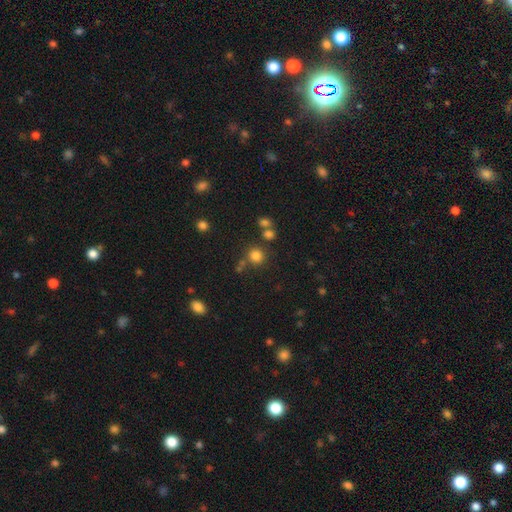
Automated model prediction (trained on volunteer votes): Smooth or featured? Predicted: smooth (p=0.79). How rounded? Predicted: round (p=0.89). Merging? Predicted: none (p=0.73).